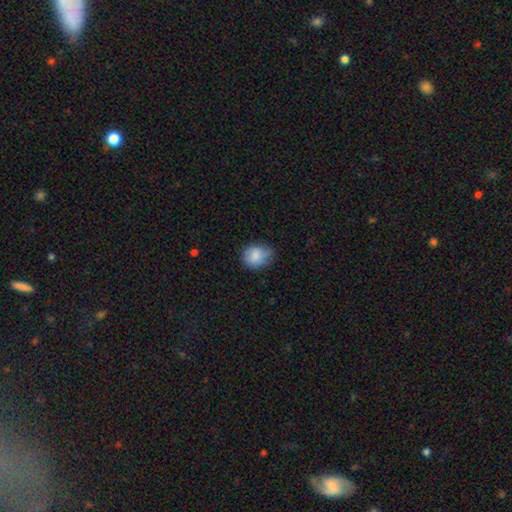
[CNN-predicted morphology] Smooth or featured: smooth — 79% (featured or disk — 13%)
How rounded: round — 60% (in between — 39%)
Merging: none — 63% (minor disturbance — 29%)